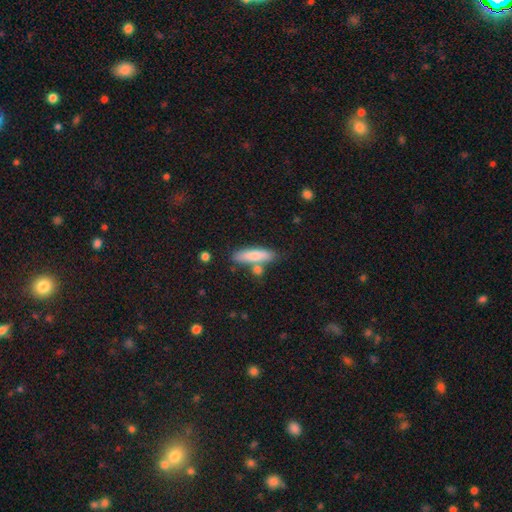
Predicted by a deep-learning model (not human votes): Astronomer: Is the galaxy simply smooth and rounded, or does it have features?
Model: smooth — 79%.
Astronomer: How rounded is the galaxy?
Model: cigar-shaped — 69%.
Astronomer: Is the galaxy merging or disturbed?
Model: none — 70%.